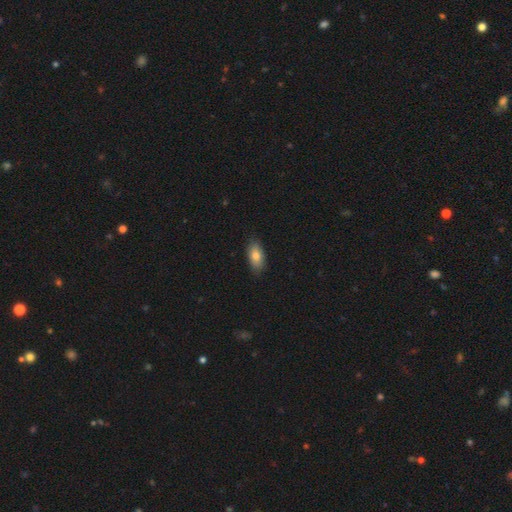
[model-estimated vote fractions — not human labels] Smooth or featured?
  - smooth: 80% *
  - featured or disk: 13%
  - star or artifact: 7%
How rounded?
  - in between: 89% *
  - cigar-shaped: 7%
  - round: 4%
Merging?
  - none: 83% *
  - minor disturbance: 14%
  - major disturbance: 2%
  - merger: 1%